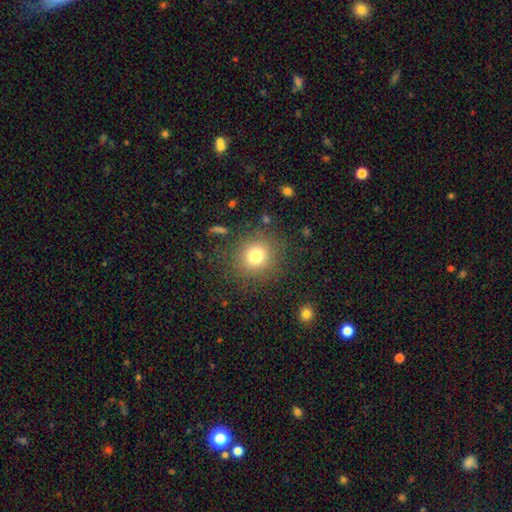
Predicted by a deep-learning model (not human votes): Smooth or featured?
  - smooth: 76% *
  - star or artifact: 14%
  - featured or disk: 10%
How rounded?
  - round: 89% *
  - in between: 10%
  - cigar-shaped: 1%
Merging?
  - none: 85% *
  - minor disturbance: 9%
  - major disturbance: 4%
  - merger: 2%